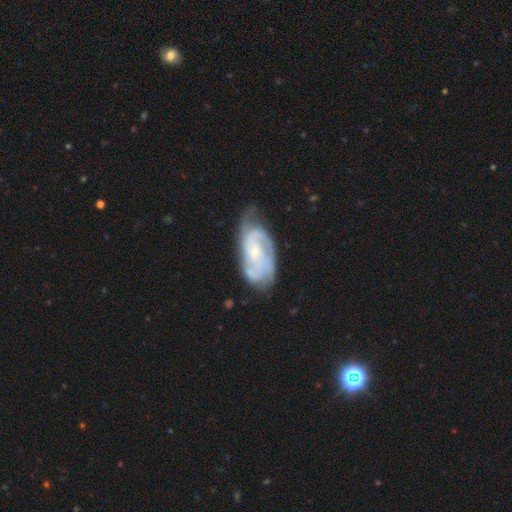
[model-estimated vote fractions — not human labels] featured or disk 79%, smooth 14%, star or artifact 7%. Down the decision tree: edge-on disk — no (95%); bar — no (67%); spiral arms — yes (94%); spiral arm count — can't tell (31%); spiral winding — tight (61%); bulge size — small (61%); merging — none (66%).